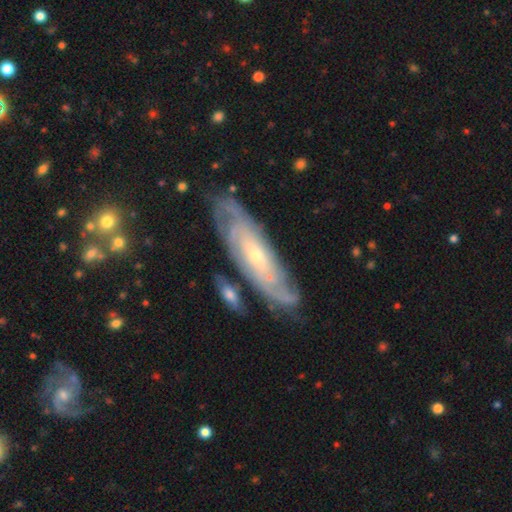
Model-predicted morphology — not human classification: type=featured or disk (83%); edge-on=no (83%); bar=no (68%); spiral arms=yes (94%); winding=tight (75%); arm count=can't tell (48%); bulge=small (74%); merging=none (76%).